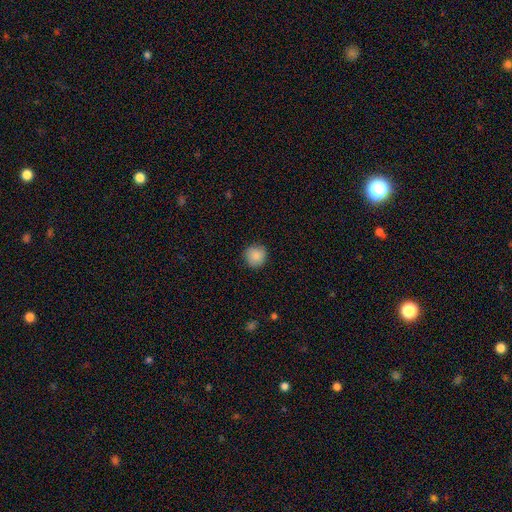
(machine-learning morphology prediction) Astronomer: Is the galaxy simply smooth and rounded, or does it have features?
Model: smooth — 88%.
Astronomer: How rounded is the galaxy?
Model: round — 94%.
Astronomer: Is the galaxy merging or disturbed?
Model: none — 90%.